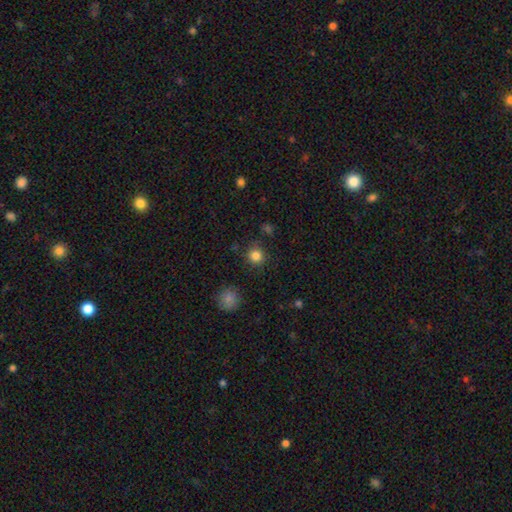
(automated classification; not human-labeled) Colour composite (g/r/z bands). It shows a smooth galaxy with no disk features (84%) that is round (92%). Merging: none (85%).